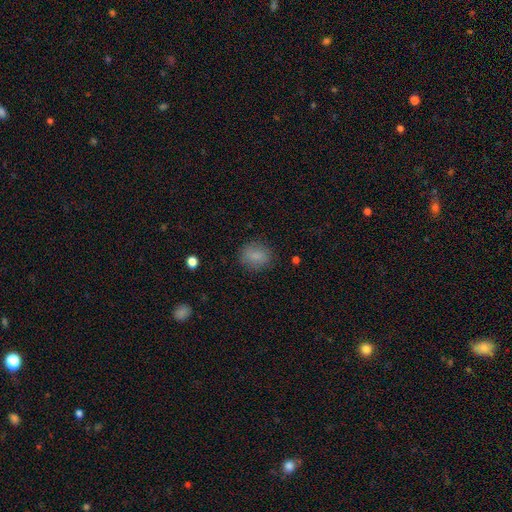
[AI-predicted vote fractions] smooth_or_featured: smooth (p=0.83) [alt: star or artifact p=0.09]
how_rounded: round (p=0.57) [alt: in between p=0.42]
merging: none (p=0.82) [alt: minor disturbance p=0.13]